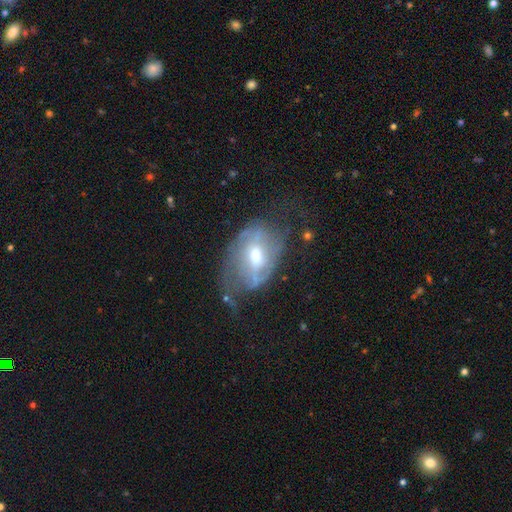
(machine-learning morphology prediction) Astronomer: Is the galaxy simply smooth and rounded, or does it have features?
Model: featured or disk — 68%.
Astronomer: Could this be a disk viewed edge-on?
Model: no — 94%.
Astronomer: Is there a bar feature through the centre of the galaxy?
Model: weak — 45% (runner-up: no, 39%).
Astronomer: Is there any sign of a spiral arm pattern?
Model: yes — 65%.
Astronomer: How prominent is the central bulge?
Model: moderate — 68%.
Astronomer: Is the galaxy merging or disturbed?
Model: none — 40% (runner-up: major disturbance, 30%).